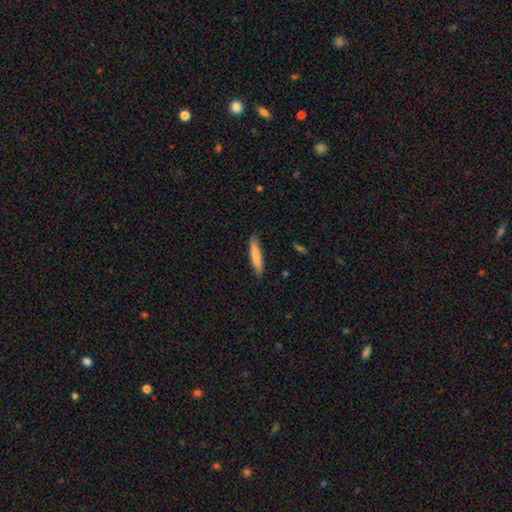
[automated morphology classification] Smooth or featured? Predicted: smooth (p=0.81). How rounded? Predicted: cigar-shaped (p=0.88). Merging? Predicted: none (p=0.87).